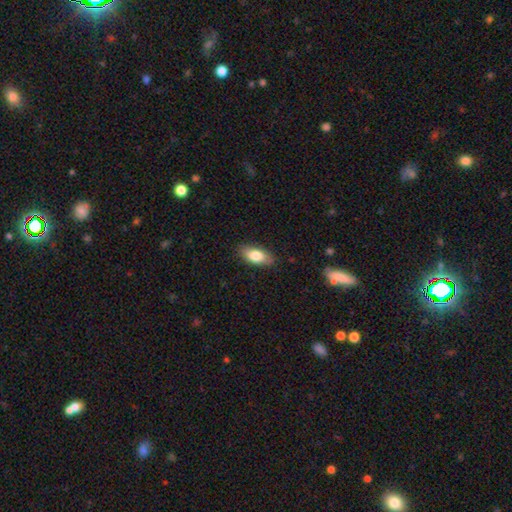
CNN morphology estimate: This appears to be a smooth galaxy with no disk features (80%) that is in between round and cigar-shaped (87%). Merging: none (85%).